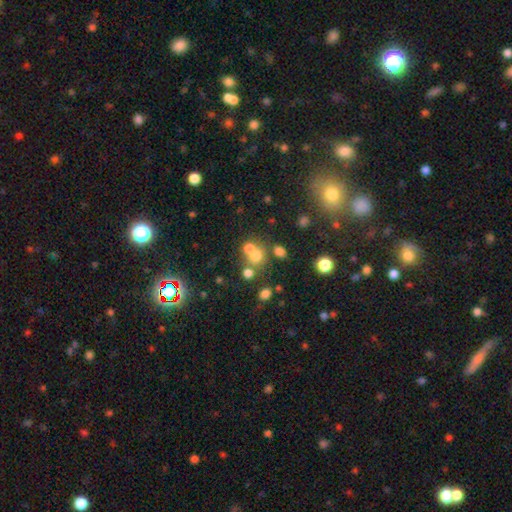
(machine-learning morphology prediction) A smooth galaxy with no disk features (64%) that is round (78%). Merging: none (46%).